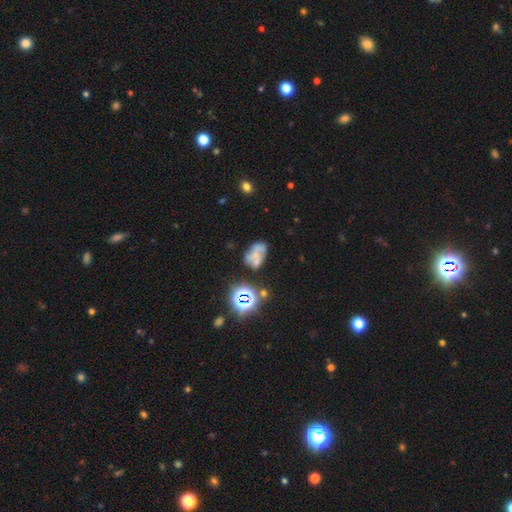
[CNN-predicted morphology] featured or disk 47%, smooth 33%, star or artifact 21%. Down the decision tree: merging — none (39%).